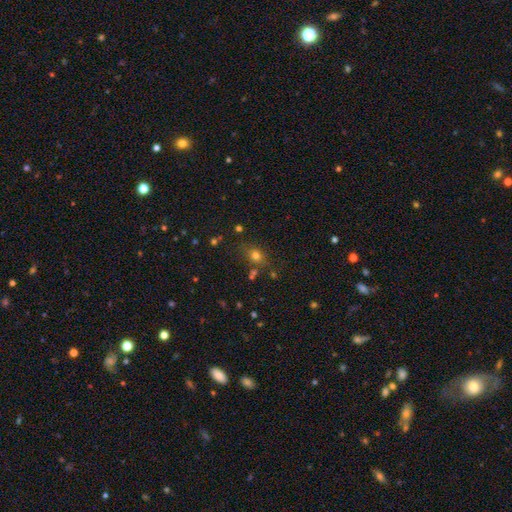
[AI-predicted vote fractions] The model was most divided on "how rounded": round: 67%, in between: 31%, cigar-shaped: 2%. More confident: merging — none (73%); smooth or featured — smooth (70%).